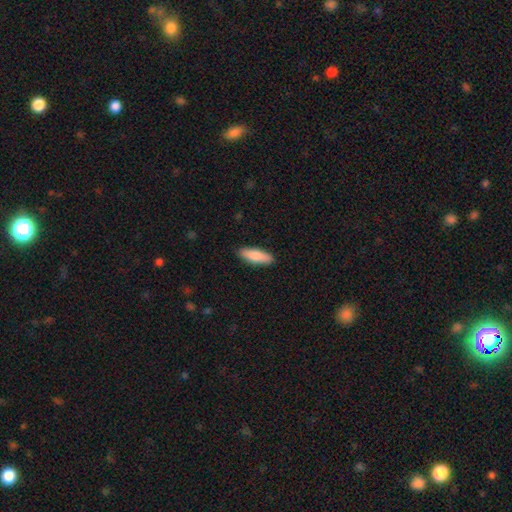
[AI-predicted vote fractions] A smooth galaxy with no disk features (82%) that is in between round and cigar-shaped (53%).

Vote fractions:
- Smooth or featured? smooth: 82% / featured or disk: 12% / star or artifact: 6%
- How rounded? in between: 53% / cigar-shaped: 45% / round: 2%
- Merging? none: 89% / minor disturbance: 8% / major disturbance: 2% / merger: 1%